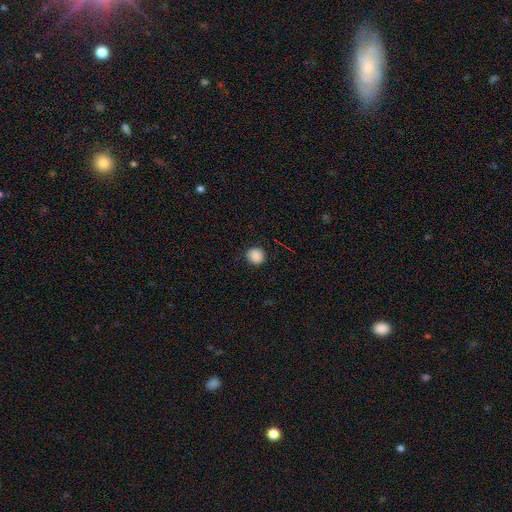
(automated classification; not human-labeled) This is clearly a smooth galaxy (88%). How rounded: clearly round (88%). Merging: clearly none (88%).